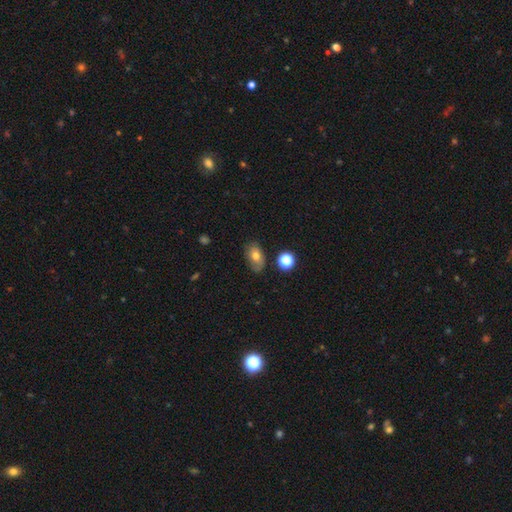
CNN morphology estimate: This is likely a smooth galaxy (69%). How rounded: clearly in between (84%). Merging: likely none (68%).